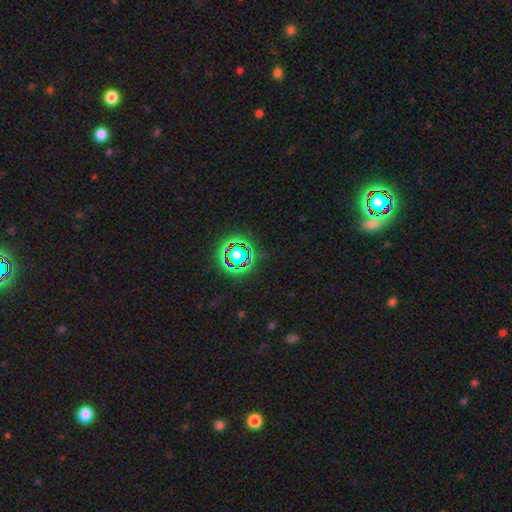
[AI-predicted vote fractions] smooth_or_featured: star or artifact (p=0.77) [alt: smooth p=0.15]